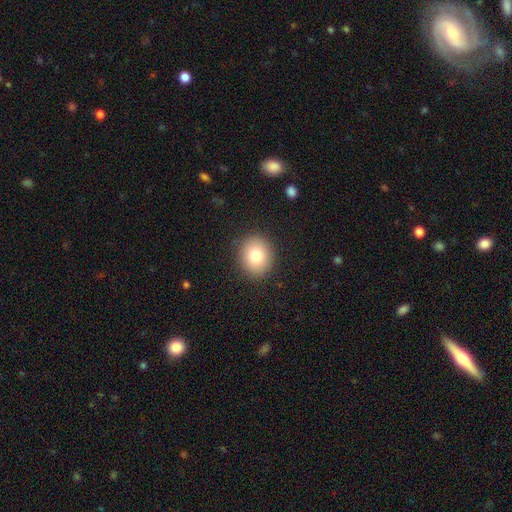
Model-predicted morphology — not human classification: Smooth or featured? smooth (79%)
How rounded? round (73%)
Merging? none (90%)